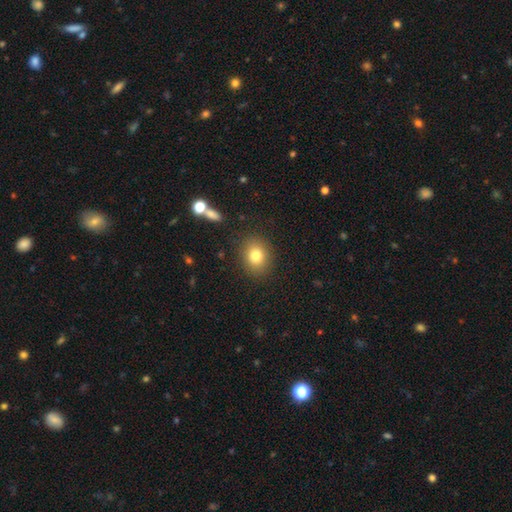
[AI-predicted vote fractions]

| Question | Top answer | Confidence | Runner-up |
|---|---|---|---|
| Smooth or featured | smooth | 79% | star or artifact (11%) |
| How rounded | round | 62% | in between (37%) |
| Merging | none | 87% | minor disturbance (8%) |